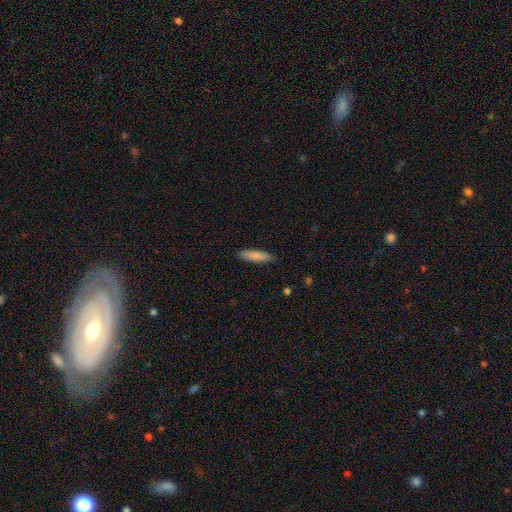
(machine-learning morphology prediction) The model was most divided on "how rounded": cigar-shaped: 74%, in between: 25%, round: 1%. More confident: merging — none (88%); smooth or featured — smooth (85%).